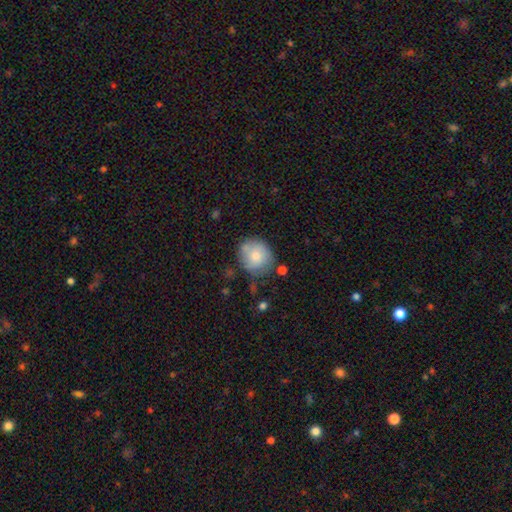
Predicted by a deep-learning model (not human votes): Smooth or featured: smooth — 74% (featured or disk — 18%)
How rounded: round — 84% (in between — 15%)
Merging: none — 63% (minor disturbance — 22%)